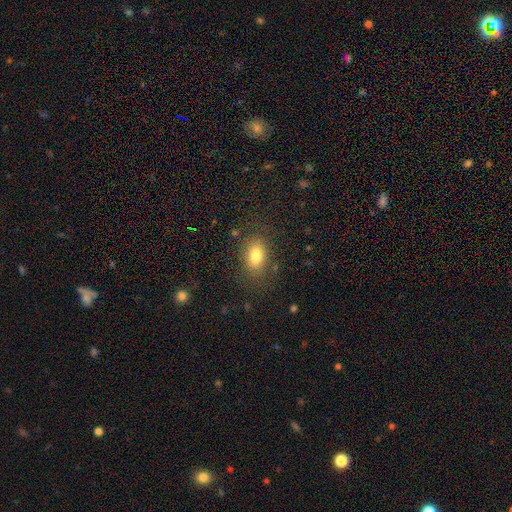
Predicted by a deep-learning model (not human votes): Q: Smooth or featured?
A: smooth (80%); runner-up: featured or disk (10%)
Q: How rounded?
A: in between (83%); runner-up: round (15%)
Q: Merging?
A: none (81%); runner-up: minor disturbance (13%)